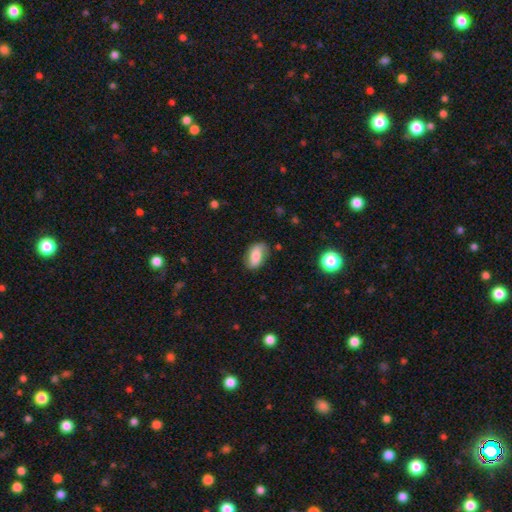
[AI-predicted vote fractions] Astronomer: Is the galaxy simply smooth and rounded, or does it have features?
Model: smooth — 67%.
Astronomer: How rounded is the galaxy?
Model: in between — 90%.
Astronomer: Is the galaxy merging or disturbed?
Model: none — 73%.